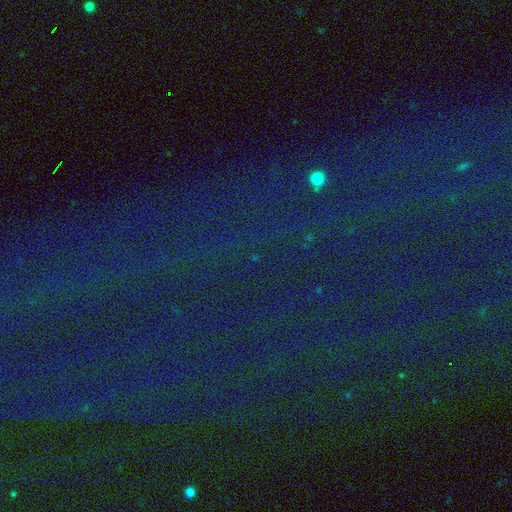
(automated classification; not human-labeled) This appears to be a star or artifact, not a galaxy (80%).